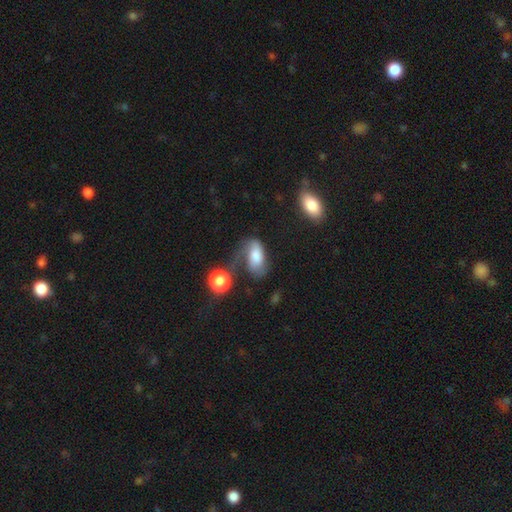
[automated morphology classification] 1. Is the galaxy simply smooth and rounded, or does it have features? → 55% smooth, 35% featured or disk, 10% star or artifact.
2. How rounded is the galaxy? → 90% in between, 6% round, 3% cigar-shaped.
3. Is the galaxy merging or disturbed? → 33% major disturbance, 29% none, 24% minor disturbance, 14% merger.